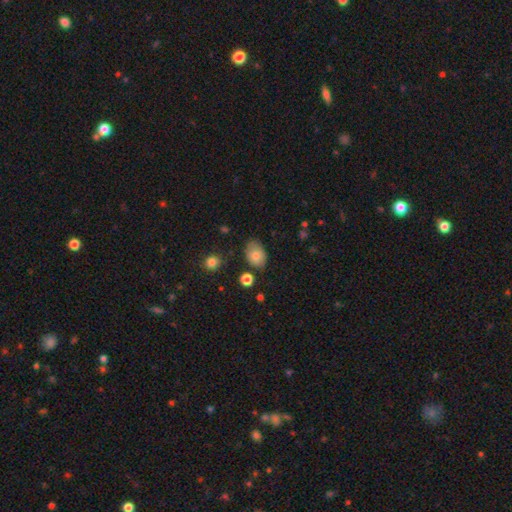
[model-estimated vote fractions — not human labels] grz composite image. It shows a smooth galaxy with no disk features (82%) that is in between round and cigar-shaped (79%). Merging: none (70%).